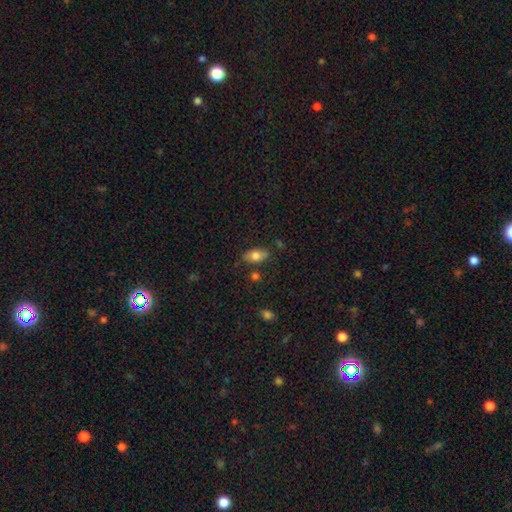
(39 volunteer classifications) Q: Smooth or featured?
A: smooth (64%); runner-up: featured or disk (31%)
Q: How rounded?
A: in between (92%); runner-up: round (4%)
Q: Merging?
A: none (89%); runner-up: minor disturbance (5%)